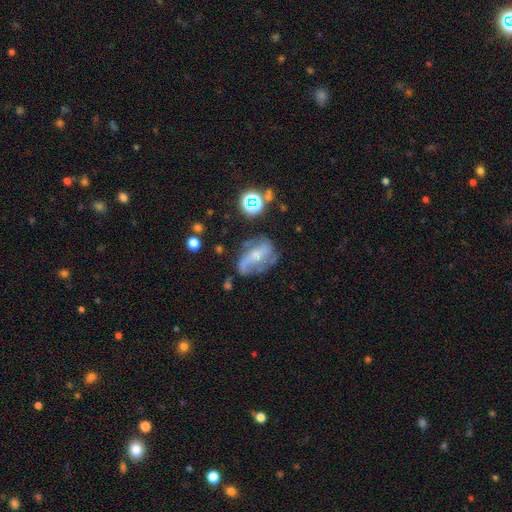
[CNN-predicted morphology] Smooth or featured: featured or disk — 66% (smooth — 23%)
Edge-on disk: no — 94% (yes — 6%)
Bar: no — 46% (weak — 35%)
Spiral arms: yes — 79% (no — 21%)
Bulge size: small — 48% (moderate — 35%)
Merging: none — 51% (minor disturbance — 25%)